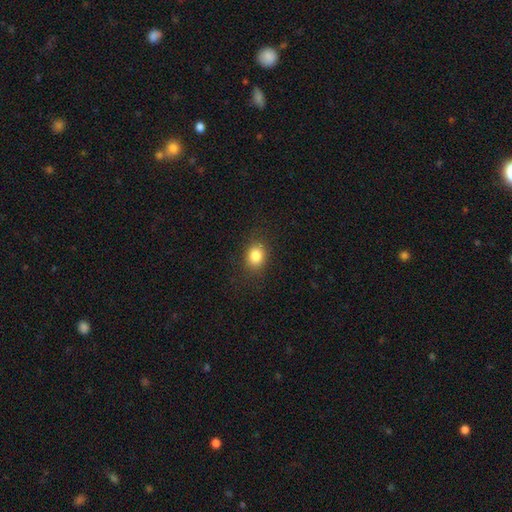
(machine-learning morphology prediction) Smooth or featured? Predicted: smooth (p=0.84). How rounded? Predicted: in between (p=0.51). Merging? Predicted: none (p=0.85).